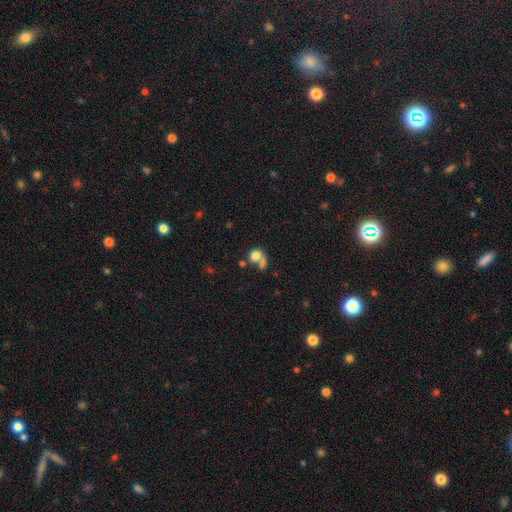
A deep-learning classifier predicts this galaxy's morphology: Overall: smooth (75%). How rounded: round (58%; in between 41%). Merging: merger (51%; none 28%).